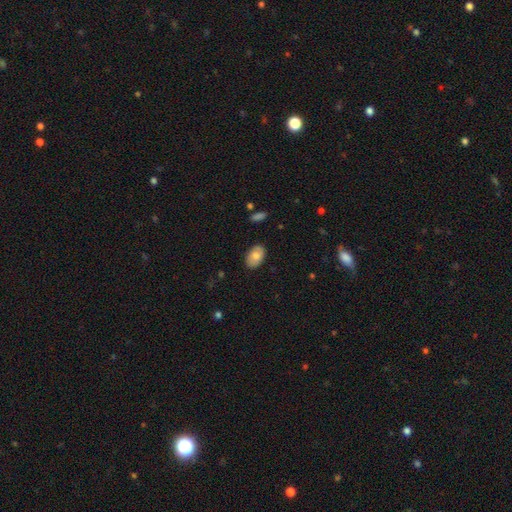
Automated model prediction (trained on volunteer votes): smooth_or_featured: smooth (p=0.77) [alt: featured or disk p=0.17]
how_rounded: in between (p=0.91) [alt: round p=0.08]
merging: none (p=0.86) [alt: minor disturbance p=0.11]